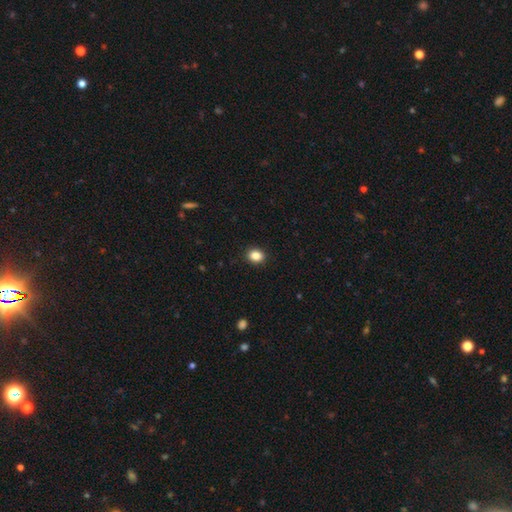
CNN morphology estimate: Smooth or featured: smooth — 85% (star or artifact — 10%)
How rounded: round — 63% (in between — 37%)
Merging: none — 91% (minor disturbance — 6%)